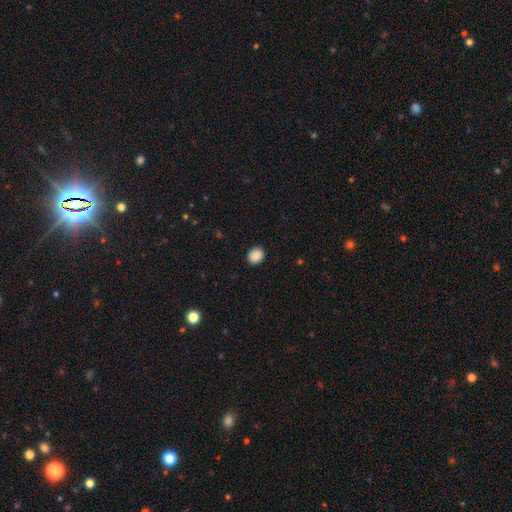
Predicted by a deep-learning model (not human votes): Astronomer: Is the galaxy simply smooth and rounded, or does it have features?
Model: smooth — 89%.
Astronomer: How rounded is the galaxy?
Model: round — 61% (runner-up: in between, 38%).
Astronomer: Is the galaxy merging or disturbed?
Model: none — 91%.